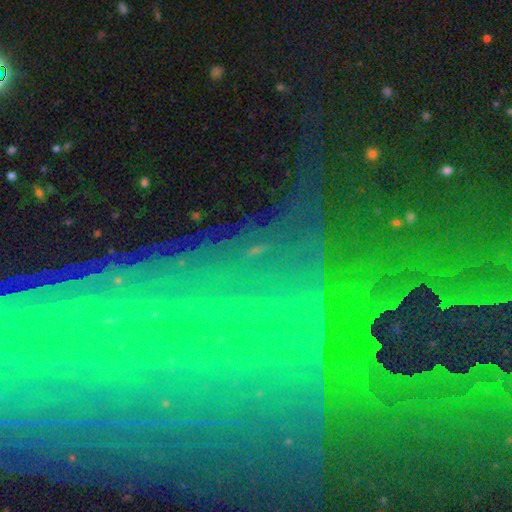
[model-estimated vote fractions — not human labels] This appears to be a star or artifact, not a galaxy (75%).